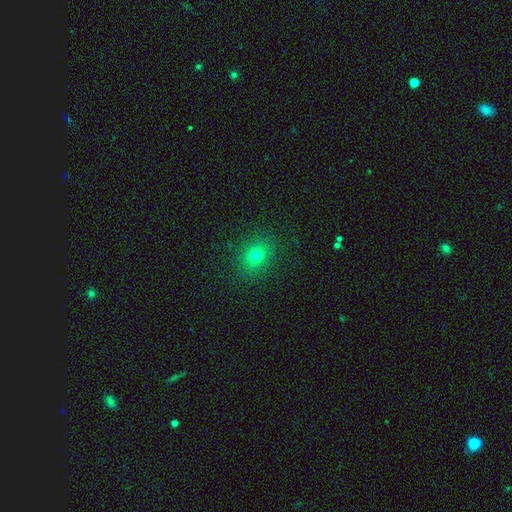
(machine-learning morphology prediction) smooth-or-featured: smooth: 75% | star or artifact: 16% | featured or disk: 9%
  how-rounded: round: 52% | in between: 46% | cigar-shaped: 1%
  merging: none: 87% | minor disturbance: 9% | major disturbance: 3% | merger: 1%